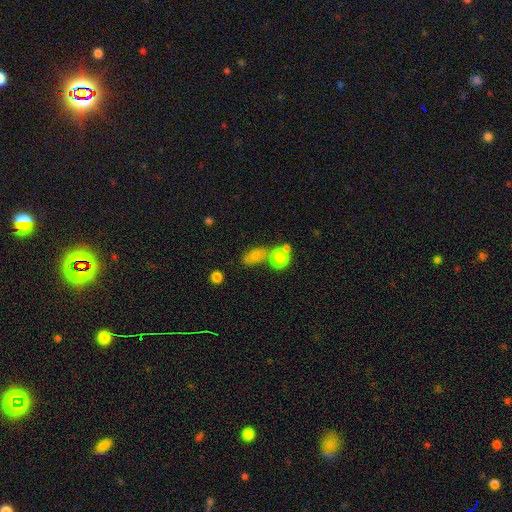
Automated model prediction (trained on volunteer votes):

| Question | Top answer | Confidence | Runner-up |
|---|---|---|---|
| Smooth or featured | smooth | 75% | star or artifact (13%) |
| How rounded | in between | 68% | round (28%) |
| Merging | none | 40% | merger (35%) |